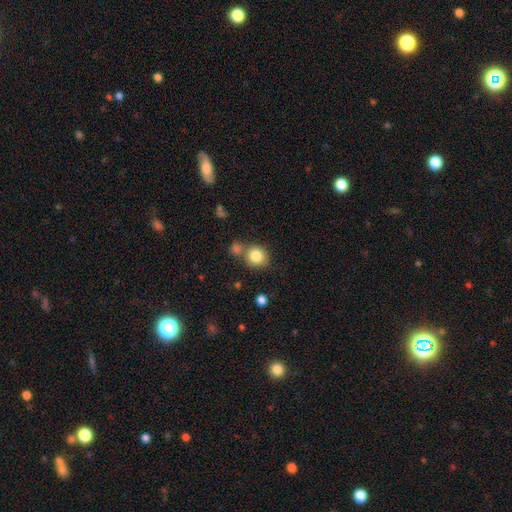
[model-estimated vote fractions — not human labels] A smooth galaxy with no disk features (84%) that is round (86%).

Vote fractions:
- Smooth or featured? smooth: 84% / star or artifact: 10% / featured or disk: 7%
- How rounded? round: 86% / in between: 14% / cigar-shaped: 1%
- Merging? none: 63% / merger: 22% / minor disturbance: 11% / major disturbance: 4%